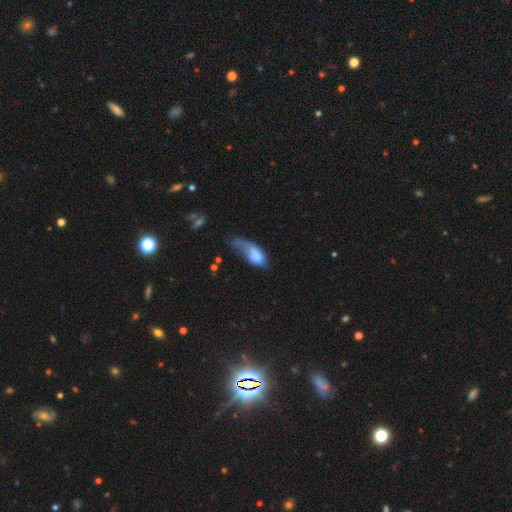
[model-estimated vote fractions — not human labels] smooth-or-featured: smooth: 62% | featured or disk: 29% | star or artifact: 9%
  how-rounded: in between: 82% | cigar-shaped: 10% | round: 8%
  merging: major disturbance: 54% | minor disturbance: 20% | none: 15% | merger: 12%